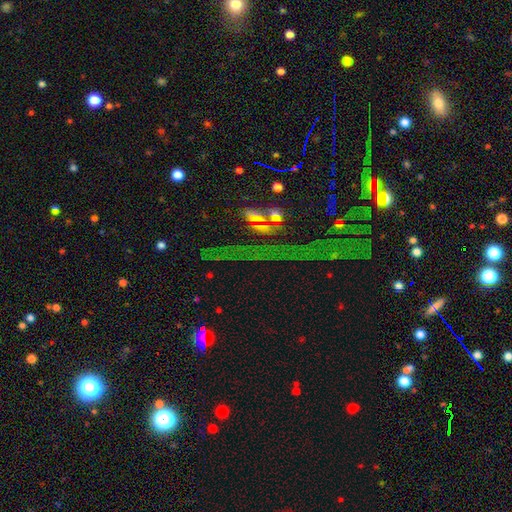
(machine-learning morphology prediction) Q: Smooth or featured?
A: star or artifact (72%); runner-up: smooth (16%)